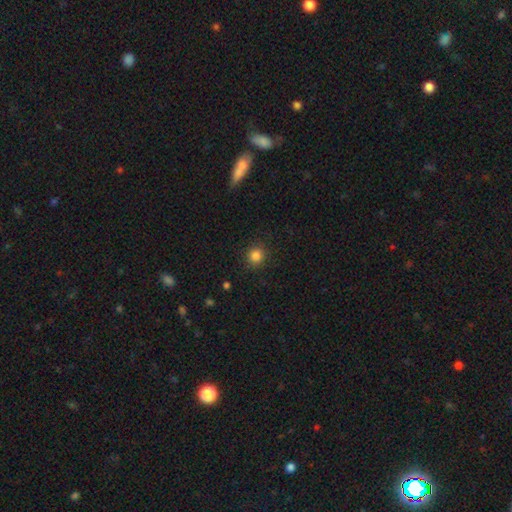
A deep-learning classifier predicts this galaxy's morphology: Smooth or featured?
  - smooth: 85% *
  - star or artifact: 12%
  - featured or disk: 3%
How rounded?
  - round: 89% *
  - in between: 10%
  - cigar-shaped: 1%
Merging?
  - none: 89% *
  - minor disturbance: 7%
  - major disturbance: 2%
  - merger: 1%